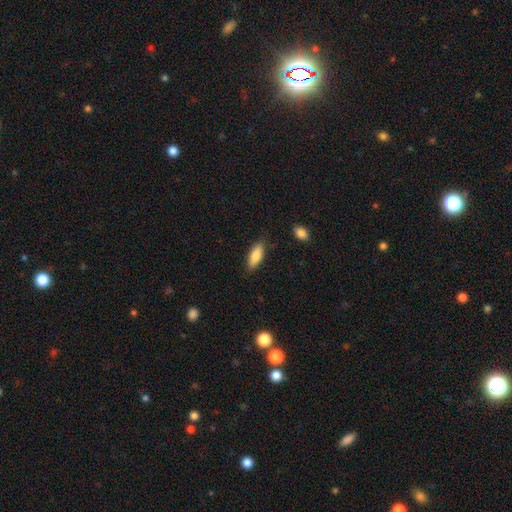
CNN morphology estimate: smooth-or-featured: smooth: 81% | featured or disk: 13% | star or artifact: 6%
  how-rounded: in between: 69% | cigar-shaped: 29% | round: 2%
  merging: none: 83% | minor disturbance: 13% | major disturbance: 2% | merger: 2%